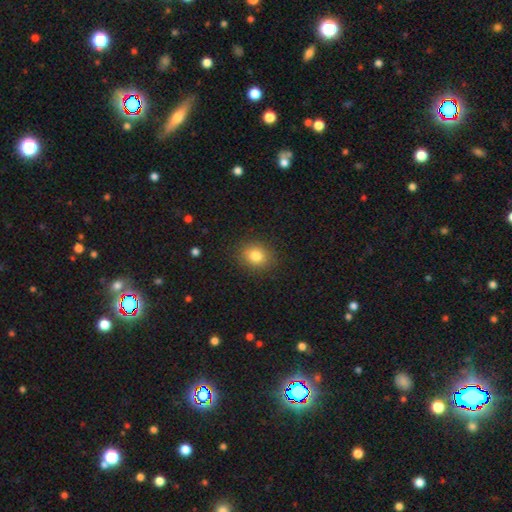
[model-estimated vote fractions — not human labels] This appears to be a smooth galaxy with no disk features (82%) that is round (60%). Merging: none (88%).